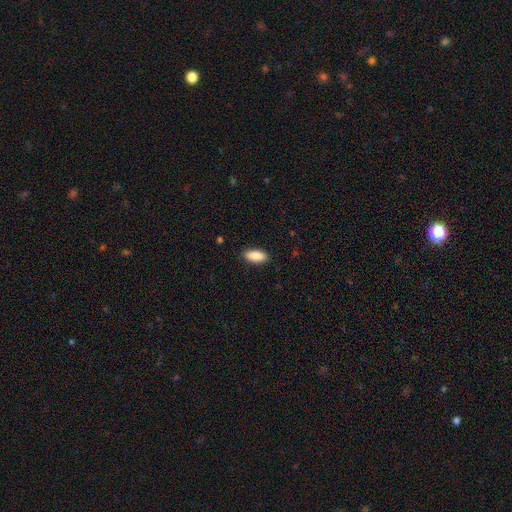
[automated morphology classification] Smooth or featured?
  - smooth: 89% *
  - star or artifact: 6%
  - featured or disk: 4%
How rounded?
  - in between: 90% *
  - cigar-shaped: 8%
  - round: 2%
Merging?
  - none: 89% *
  - minor disturbance: 8%
  - major disturbance: 2%
  - merger: 1%